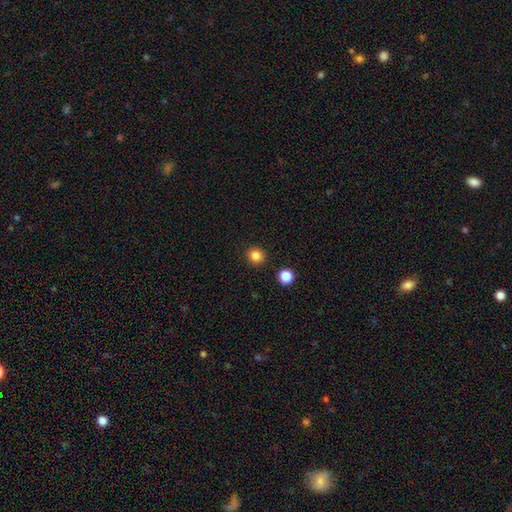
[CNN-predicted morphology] This appears to be a smooth galaxy with no disk features (83%) that is round (92%). Merging: none (92%).